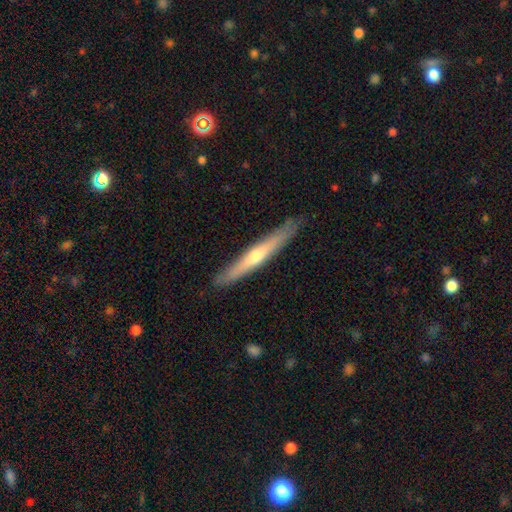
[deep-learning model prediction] A featured or disk galaxy (60%) viewed edge-on (95%) with a rounded central bulge (75%). Merging: none (88%).